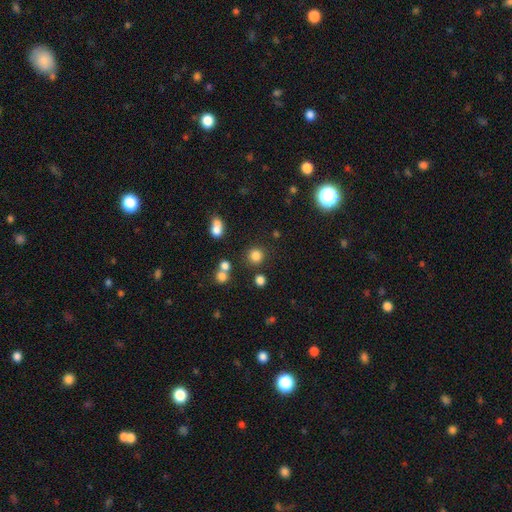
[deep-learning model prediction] smooth_or_featured: smooth (p=0.79) [alt: star or artifact p=0.15]
how_rounded: round (p=0.92) [alt: in between p=0.07]
merging: none (p=0.83) [alt: minor disturbance p=0.07]